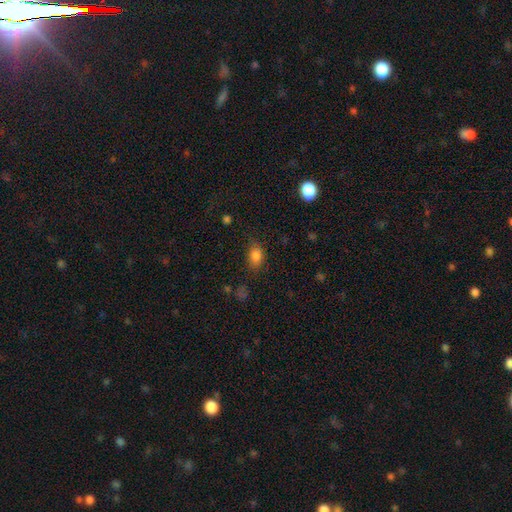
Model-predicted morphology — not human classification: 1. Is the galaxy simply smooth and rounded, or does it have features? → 82% smooth, 12% star or artifact, 6% featured or disk.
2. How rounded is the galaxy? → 78% in between, 20% round, 2% cigar-shaped.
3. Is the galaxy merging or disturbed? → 71% none, 20% minor disturbance, 7% major disturbance, 2% merger.